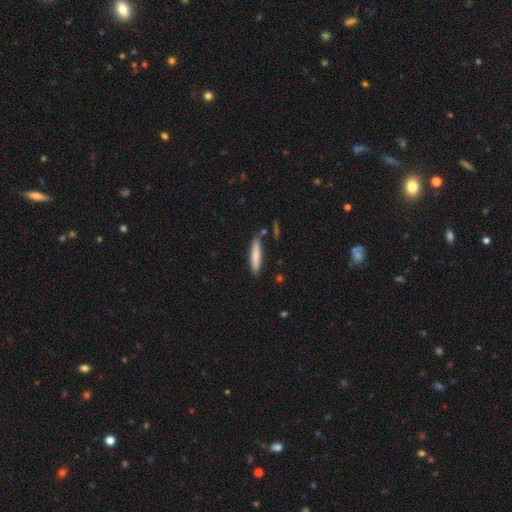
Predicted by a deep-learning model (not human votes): A smooth galaxy with no disk features (78%) that is cigar-shaped (86%). Merging: none (83%).